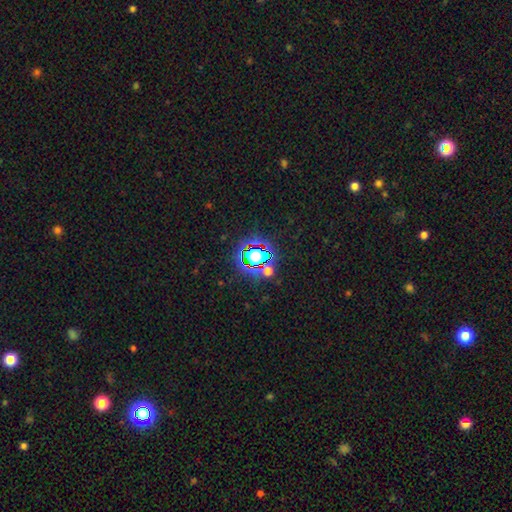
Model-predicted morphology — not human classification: A star or artifact, not a galaxy (63%).